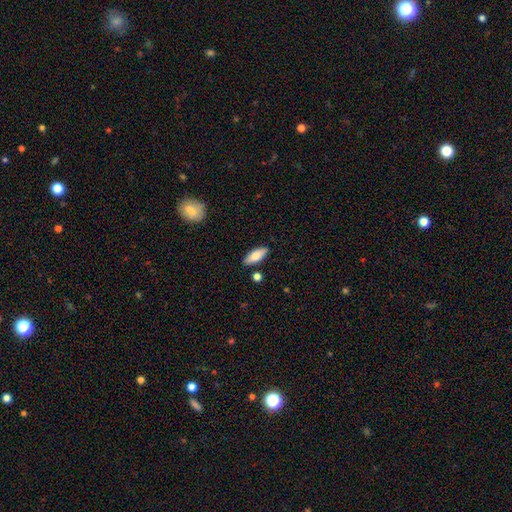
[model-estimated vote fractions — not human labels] Morphology: type=smooth (75%); roundness=in between (72%); merging=none (86%).